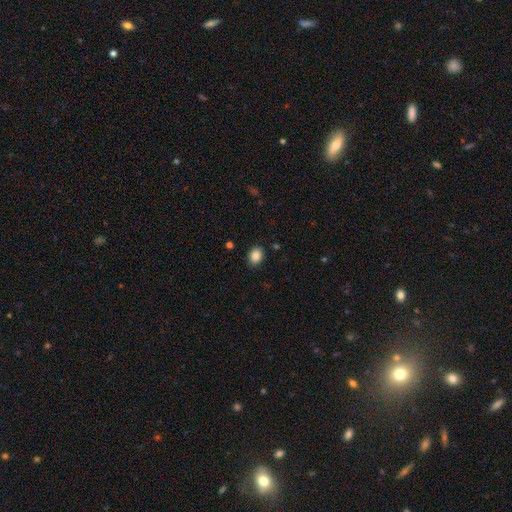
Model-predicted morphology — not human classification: smooth-or-featured: smooth: 86% | star or artifact: 9% | featured or disk: 5%
  how-rounded: in between: 55% | round: 44% | cigar-shaped: 1%
  merging: none: 89% | minor disturbance: 8% | major disturbance: 2% | merger: 1%